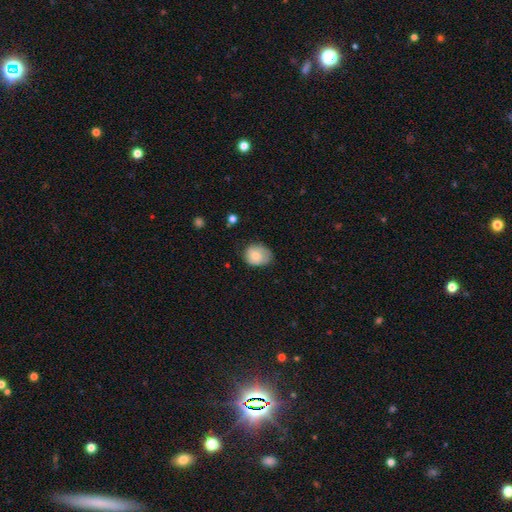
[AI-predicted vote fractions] Morphology: type=smooth (65%); roundness=in between (52%); merging=none (63%).